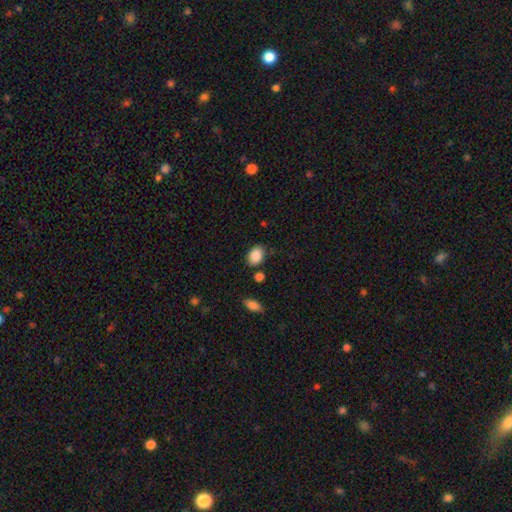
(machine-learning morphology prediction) Q: Smooth or featured?
A: smooth (87%); runner-up: star or artifact (8%)
Q: How rounded?
A: in between (78%); runner-up: round (21%)
Q: Merging?
A: none (79%); runner-up: minor disturbance (13%)